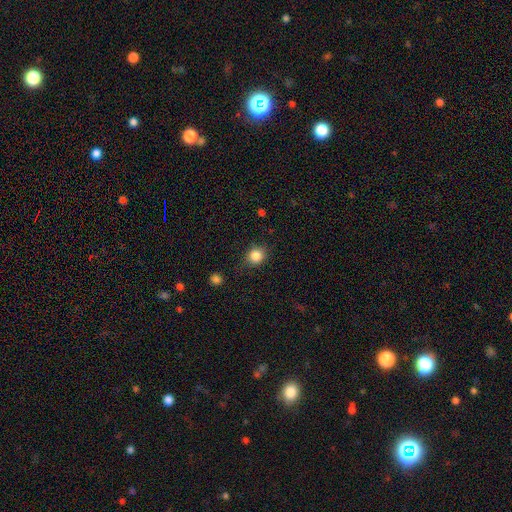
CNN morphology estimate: smooth-or-featured: smooth: 84% | star or artifact: 11% | featured or disk: 5%
  how-rounded: round: 80% | in between: 20% | cigar-shaped: 1%
  merging: none: 83% | minor disturbance: 12% | major disturbance: 3% | merger: 2%